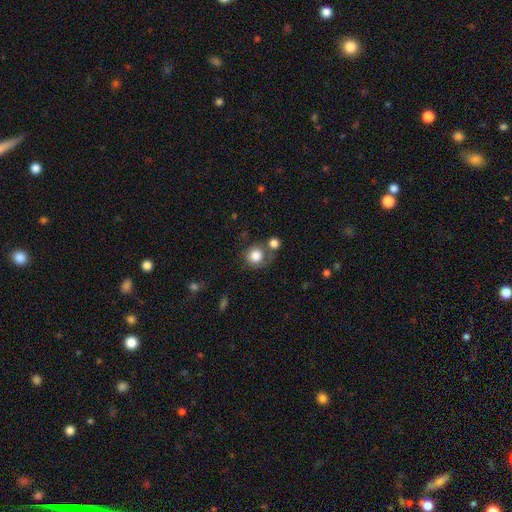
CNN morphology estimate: The model was most divided on "merging": none: 57%, merger: 21%, minor disturbance: 15%, major disturbance: 8%. More confident: how rounded — round (88%); smooth or featured — smooth (82%).